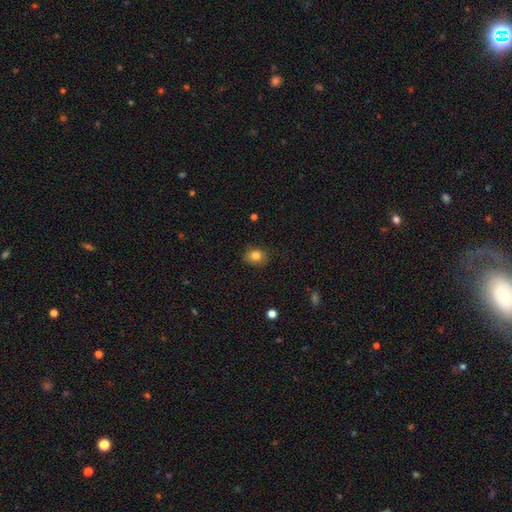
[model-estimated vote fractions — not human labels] The model was most divided on "how rounded": round: 50%, in between: 49%, cigar-shaped: 1%. More confident: smooth or featured — smooth (82%); merging — none (80%).